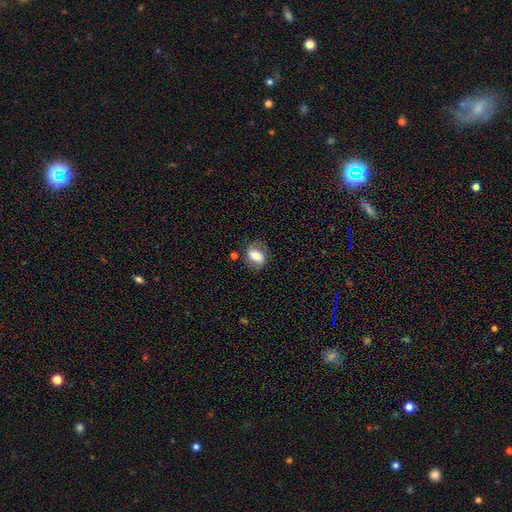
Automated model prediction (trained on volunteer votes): Smooth or featured? Predicted: smooth (p=0.66). How rounded? Predicted: in between (p=0.73). Merging? Predicted: none (p=0.71).